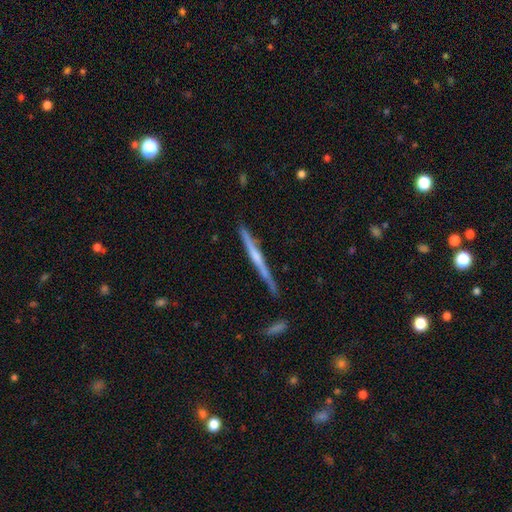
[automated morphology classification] The model was most divided on "edge-on bulge": rounded: 67%, none: 24%, boxy: 8%. More confident: edge-on disk — yes (97%); merging — none (87%); smooth or featured — featured or disk (71%).